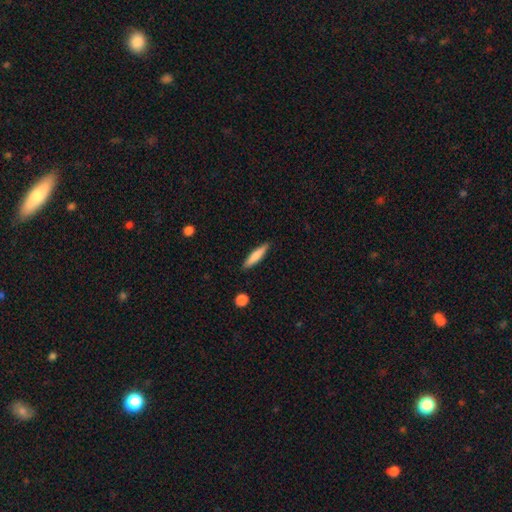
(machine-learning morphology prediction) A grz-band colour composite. It shows a smooth galaxy with no disk features (74%) that is cigar-shaped (84%). Merging: none (88%).